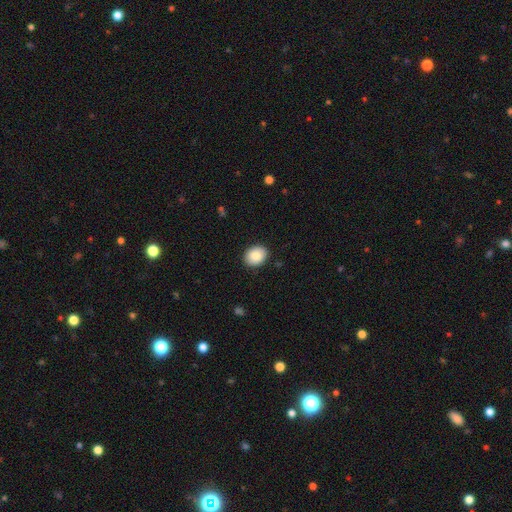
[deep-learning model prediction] A smooth galaxy with no disk features (86%) that is in between round and cigar-shaped (54%). Merging: none (90%).